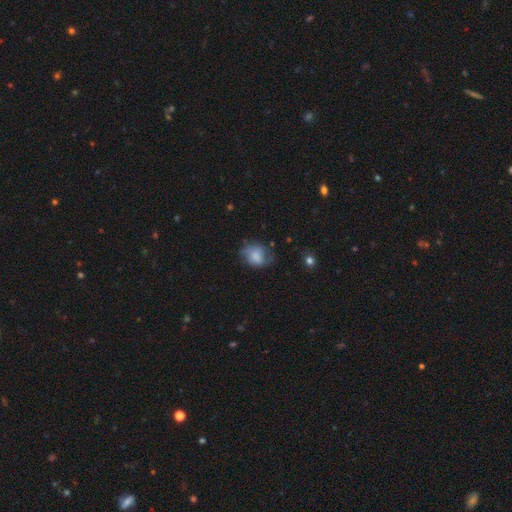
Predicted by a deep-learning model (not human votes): Smooth or featured? smooth (70%)
How rounded? round (50%)
Merging? none (50%)